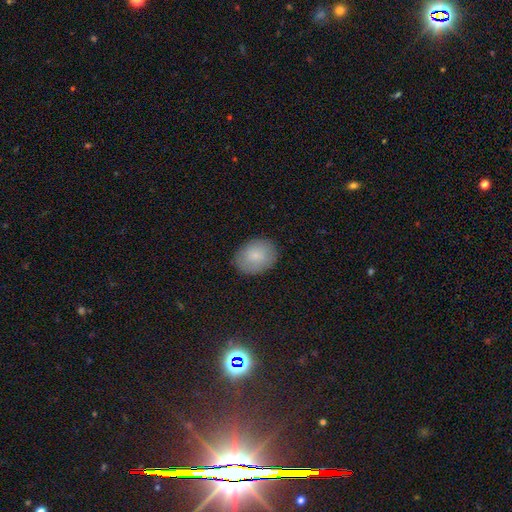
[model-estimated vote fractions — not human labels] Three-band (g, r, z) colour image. It shows a smooth galaxy with no disk features (79%) that is in between round and cigar-shaped (62%). Merging: none (84%).